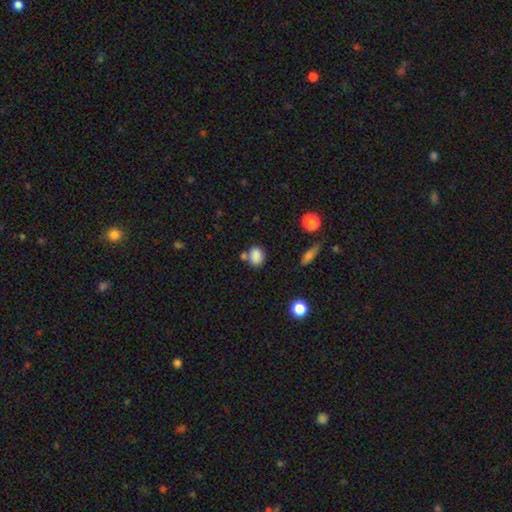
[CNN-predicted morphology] smooth 84%, star or artifact 10%, featured or disk 6%. Down the decision tree: how rounded — in between (62%); merging — none (58%).